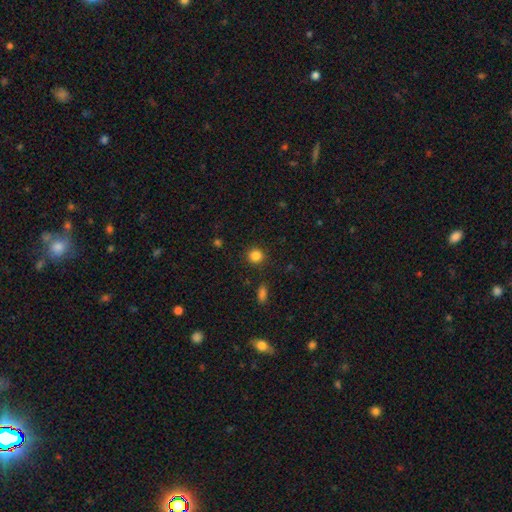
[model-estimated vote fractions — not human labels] Q: Smooth or featured?
A: smooth (84%); runner-up: star or artifact (11%)
Q: How rounded?
A: round (91%); runner-up: in between (8%)
Q: Merging?
A: none (90%); runner-up: minor disturbance (6%)